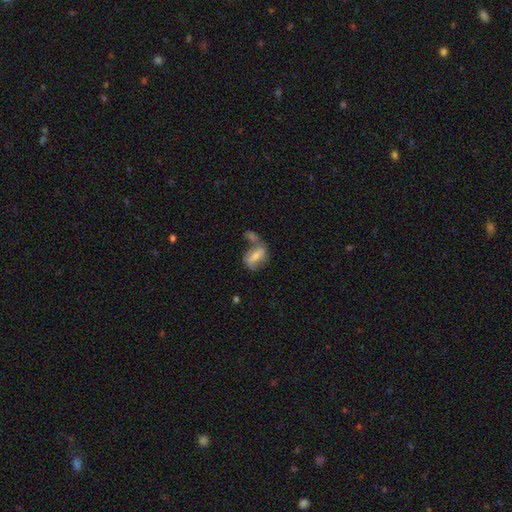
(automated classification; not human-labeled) smooth-or-featured: featured or disk: 50% | smooth: 42% | star or artifact: 8%
  merging: merger: 35% | none: 34% | minor disturbance: 17% | major disturbance: 14%